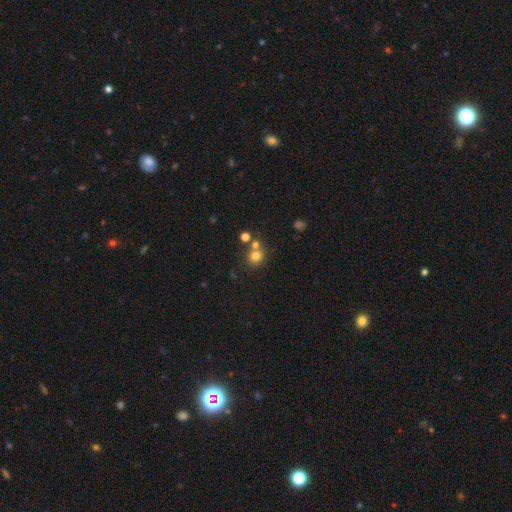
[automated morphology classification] Smooth or featured: smooth — 75% (star or artifact — 16%)
How rounded: round — 83% (in between — 16%)
Merging: none — 60% (merger — 27%)